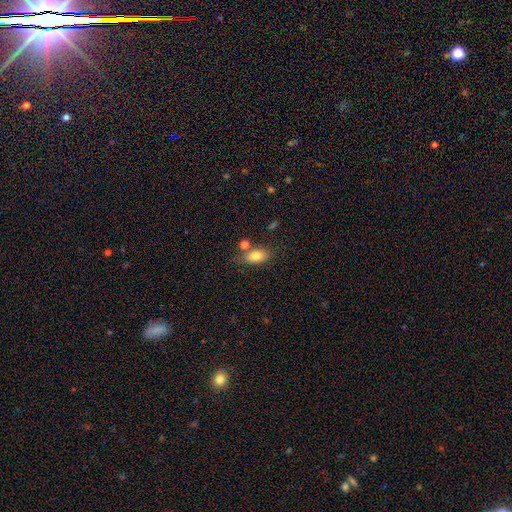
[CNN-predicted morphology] A smooth galaxy with no disk features (80%) that is in between round and cigar-shaped (86%). Merging: none (63%).